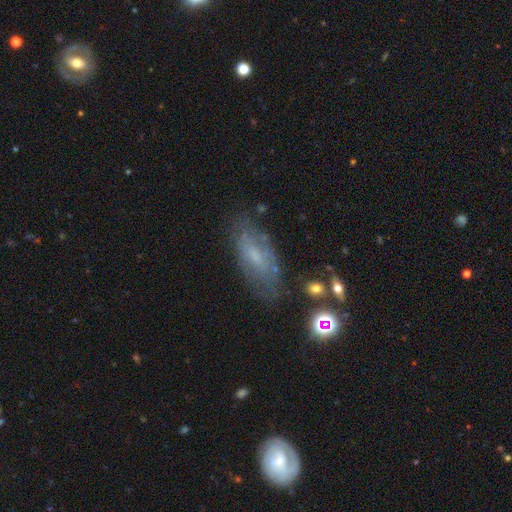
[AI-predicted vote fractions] This appears to be a smooth galaxy with no disk features (45%). Merging: none (67%).